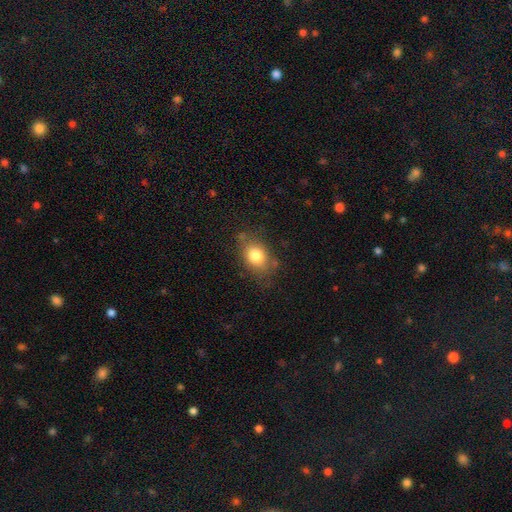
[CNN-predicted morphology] A smooth galaxy with no disk features (80%) that is in between round and cigar-shaped (69%). Merging: none (73%).